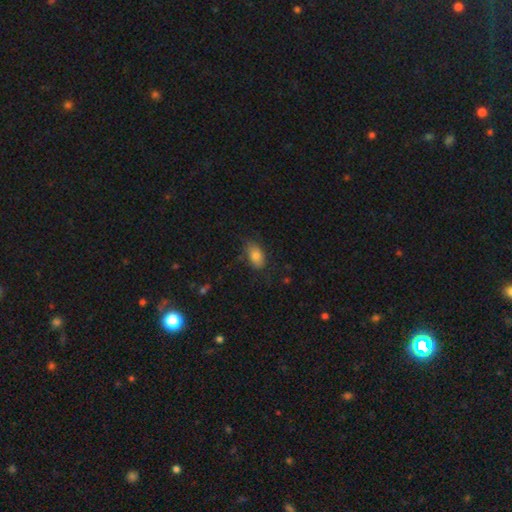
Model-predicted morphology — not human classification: smooth 81%, featured or disk 12%, star or artifact 8%. Down the decision tree: how rounded — in between (91%); merging — none (68%).